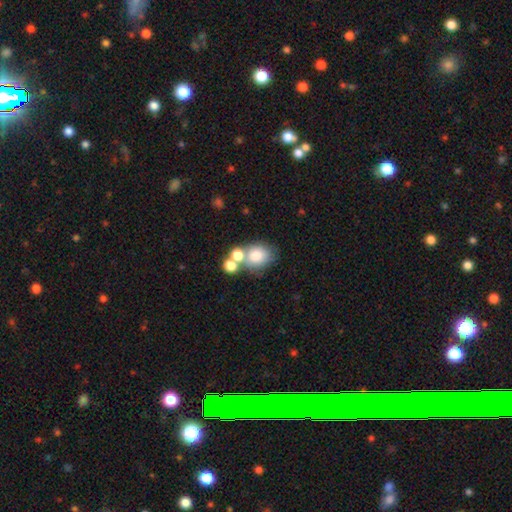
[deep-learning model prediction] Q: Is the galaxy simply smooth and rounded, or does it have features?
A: smooth — 75%.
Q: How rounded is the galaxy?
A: round — 59%.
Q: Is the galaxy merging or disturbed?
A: none — 44%.